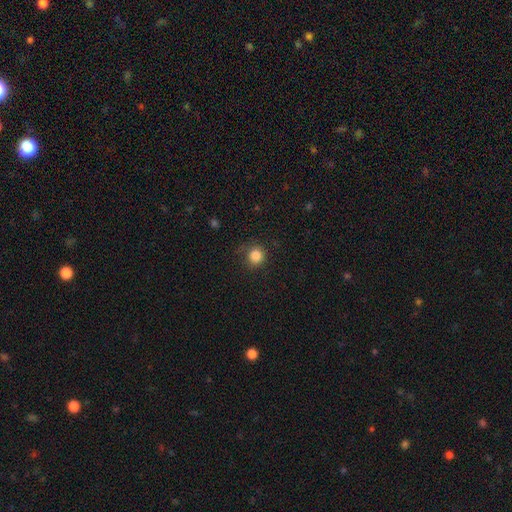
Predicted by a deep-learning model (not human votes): smooth 84%, star or artifact 11%, featured or disk 5%. Down the decision tree: how rounded — round (92%); merging — none (80%).